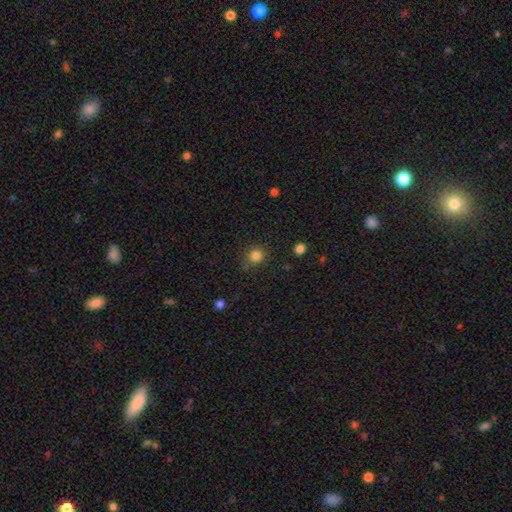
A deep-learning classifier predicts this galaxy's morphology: smooth_or_featured: smooth (p=0.83) [alt: star or artifact p=0.12]
how_rounded: round (p=0.85) [alt: in between p=0.14]
merging: none (p=0.78) [alt: minor disturbance p=0.14]